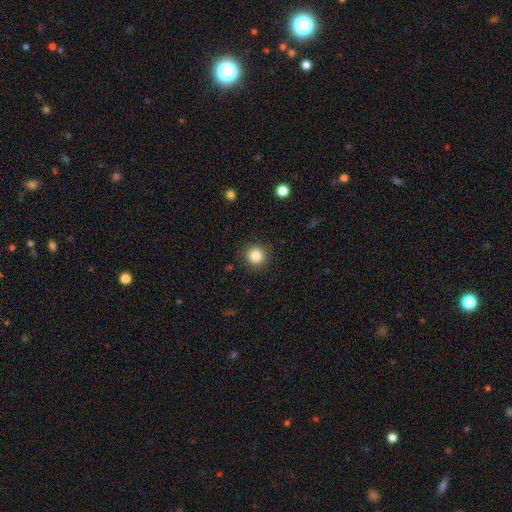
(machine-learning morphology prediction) Smooth or featured: smooth — 84% (star or artifact — 11%)
How rounded: round — 94% (in between — 5%)
Merging: none — 91% (minor disturbance — 6%)